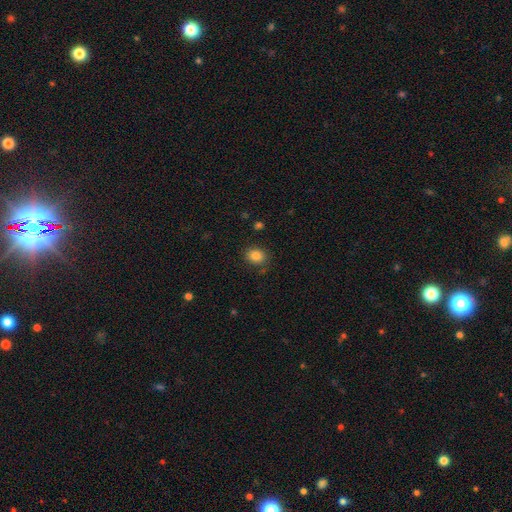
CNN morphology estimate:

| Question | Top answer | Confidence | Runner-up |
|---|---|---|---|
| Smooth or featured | smooth | 85% | star or artifact (10%) |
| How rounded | round | 52% | in between (47%) |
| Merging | none | 82% | minor disturbance (12%) |